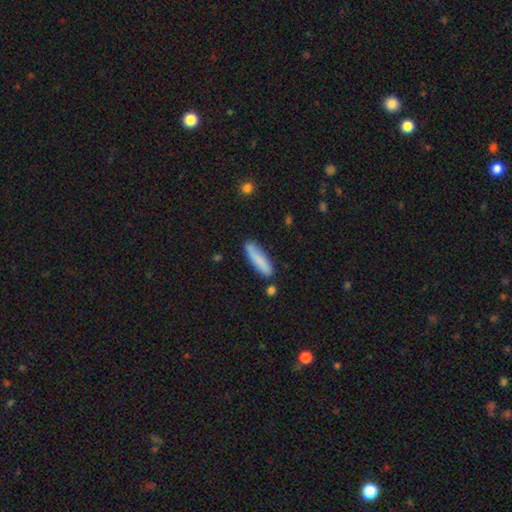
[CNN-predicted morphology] Smooth or featured? smooth (83%)
How rounded? cigar-shaped (77%)
Merging? none (80%)